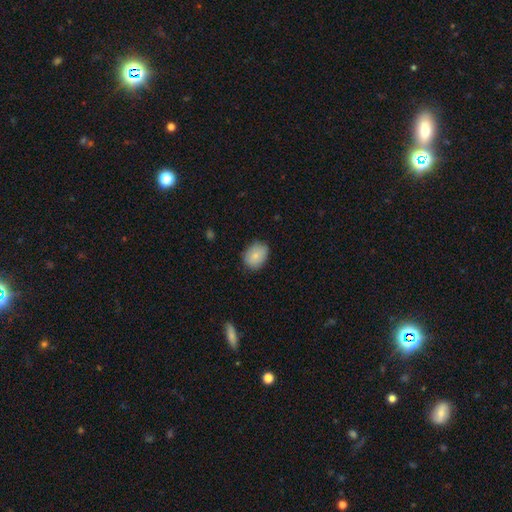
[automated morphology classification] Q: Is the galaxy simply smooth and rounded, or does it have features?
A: smooth — 82%.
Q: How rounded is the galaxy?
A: in between — 58%.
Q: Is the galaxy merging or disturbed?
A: none — 80%.